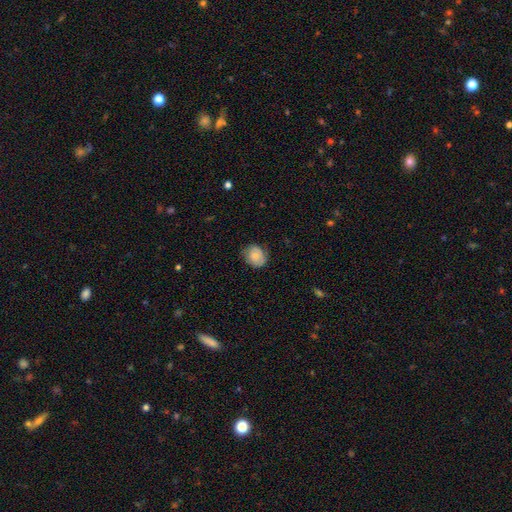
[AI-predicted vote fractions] smooth-or-featured: smooth: 72% | featured or disk: 21% | star or artifact: 7%
  how-rounded: round: 61% | in between: 38% | cigar-shaped: 1%
  merging: none: 73% | minor disturbance: 22% | major disturbance: 4% | merger: 1%